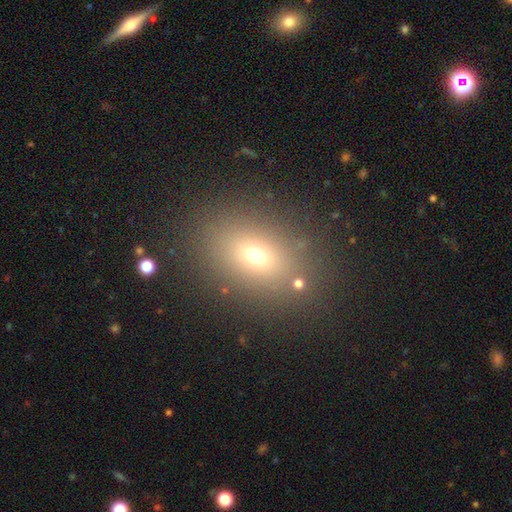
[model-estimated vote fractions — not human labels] A smooth galaxy with no disk features (65%) that is in between round and cigar-shaped (67%). Merging: none (84%).